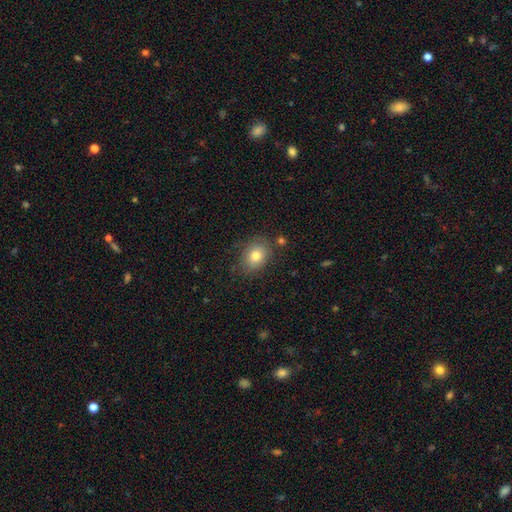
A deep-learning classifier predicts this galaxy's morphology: smooth_or_featured: smooth (p=0.79) [alt: featured or disk p=0.12]
how_rounded: in between (p=0.66) [alt: round p=0.33]
merging: none (p=0.75) [alt: minor disturbance p=0.17]